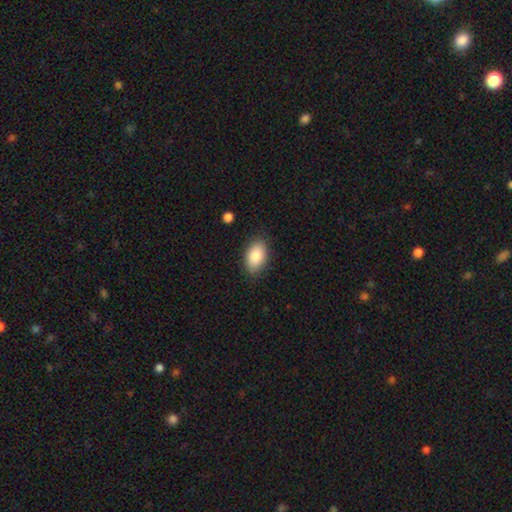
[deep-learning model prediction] The model was most divided on "merging": none: 85%, minor disturbance: 11%, major disturbance: 3%, merger: 1%. More confident: how rounded — in between (93%); smooth or featured — smooth (87%).